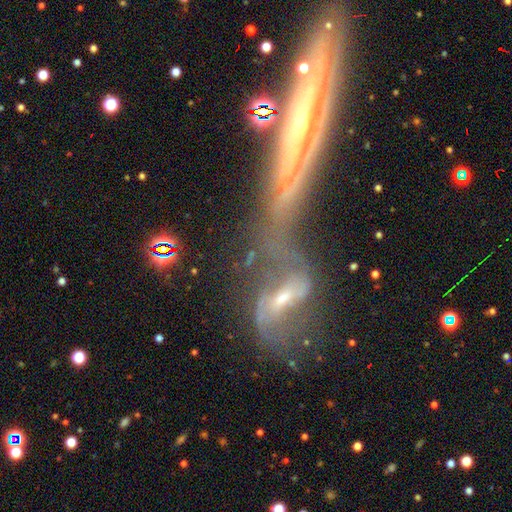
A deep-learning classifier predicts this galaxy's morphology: This appears to be a featured or disk galaxy (76%). Merging: merger (44%).